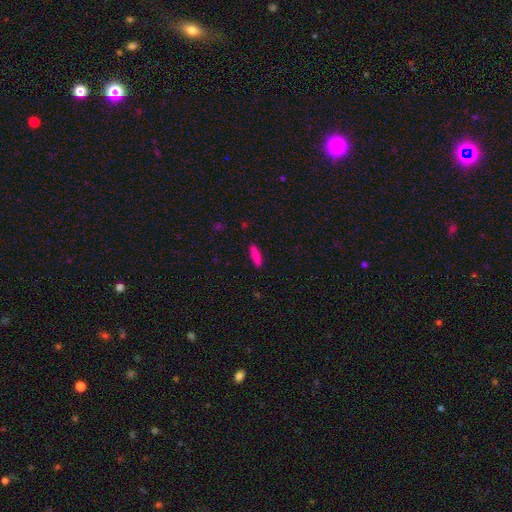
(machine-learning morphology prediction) Smooth or featured? smooth (85%)
How rounded? cigar-shaped (66%)
Merging? none (88%)